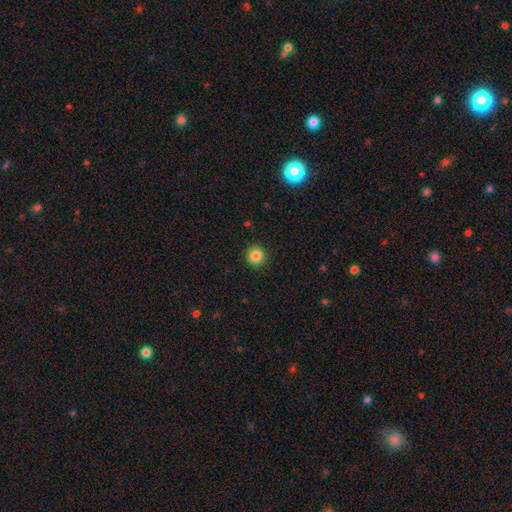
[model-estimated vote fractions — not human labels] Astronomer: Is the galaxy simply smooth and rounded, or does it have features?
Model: smooth — 85%.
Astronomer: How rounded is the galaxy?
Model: round — 95%.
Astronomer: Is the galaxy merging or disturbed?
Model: none — 92%.